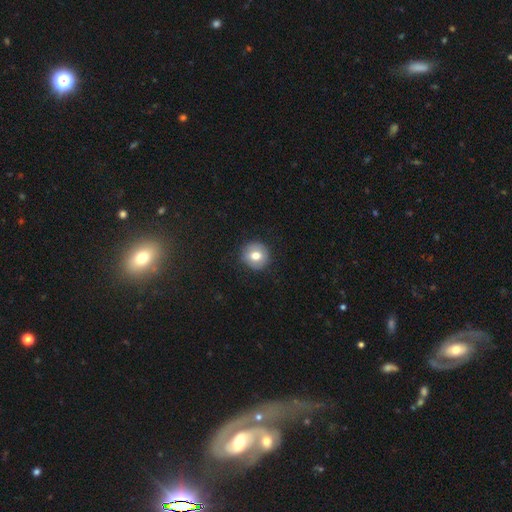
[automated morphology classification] The model was most divided on "smooth or featured": smooth: 73%, featured or disk: 18%, star or artifact: 9%. More confident: how rounded — round (92%); merging — none (88%).